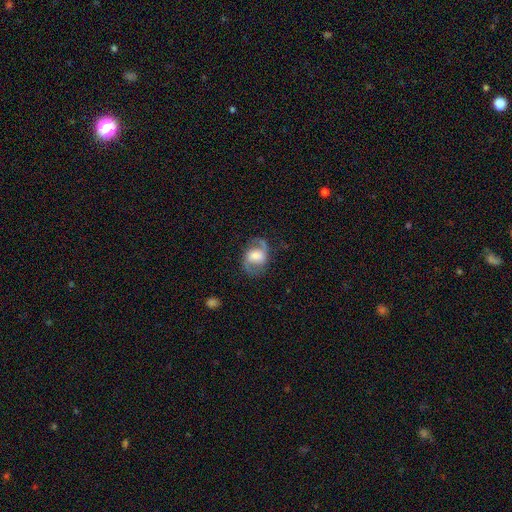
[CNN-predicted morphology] featured or disk 70%, smooth 23%, star or artifact 7%. Down the decision tree: edge-on disk — no (97%); bar — no (44%); spiral arms — yes (89%); spiral arm count — 2 (90%); spiral winding — medium (49%); bulge size — large (41%); merging — none (72%).